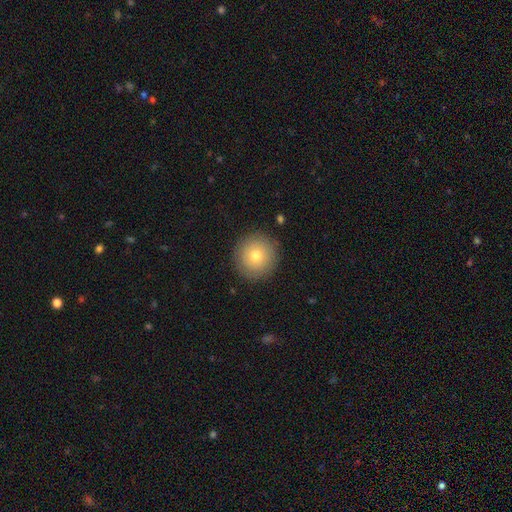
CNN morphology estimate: Smooth or featured? Predicted: smooth (p=0.74). How rounded? Predicted: round (p=0.95). Merging? Predicted: none (p=0.89).